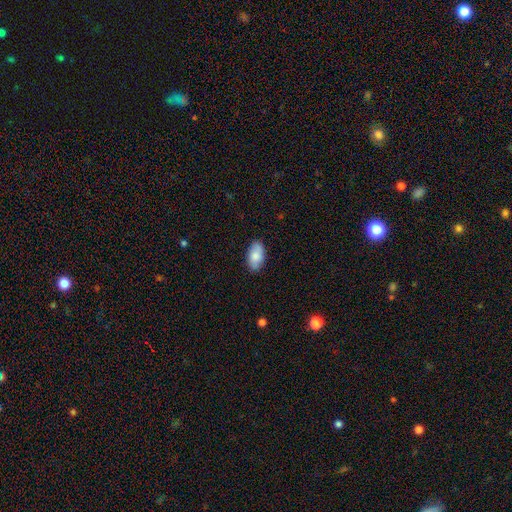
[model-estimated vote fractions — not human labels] smooth-or-featured: smooth: 80% | featured or disk: 14% | star or artifact: 6%
  how-rounded: in between: 94% | round: 3% | cigar-shaped: 3%
  merging: none: 84% | minor disturbance: 13% | major disturbance: 2% | merger: 1%